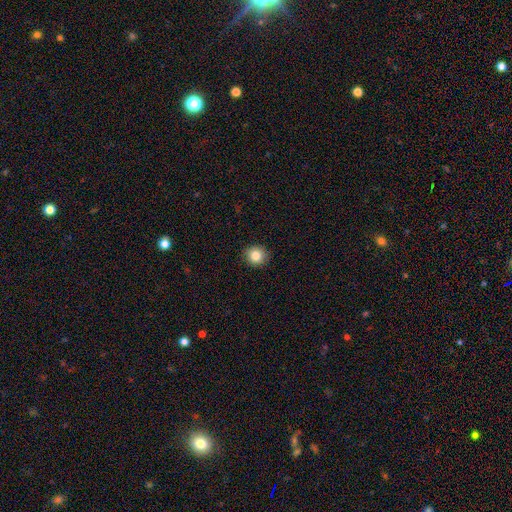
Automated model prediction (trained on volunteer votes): Smooth or featured? Predicted: smooth (p=0.84). How rounded? Predicted: round (p=0.89). Merging? Predicted: none (p=0.91).